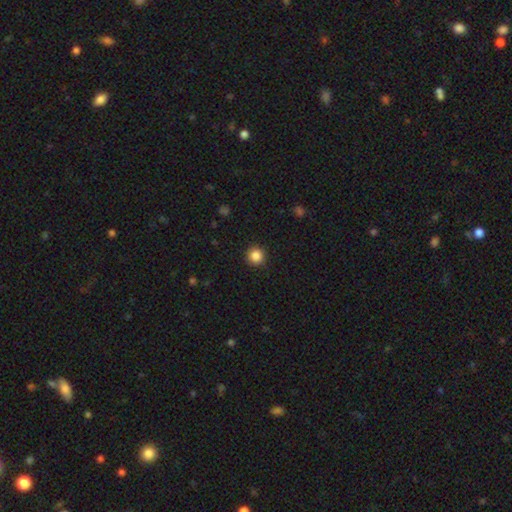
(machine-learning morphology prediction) Q: Smooth or featured?
A: smooth (87%); runner-up: star or artifact (10%)
Q: How rounded?
A: round (95%); runner-up: in between (4%)
Q: Merging?
A: none (92%); runner-up: minor disturbance (5%)